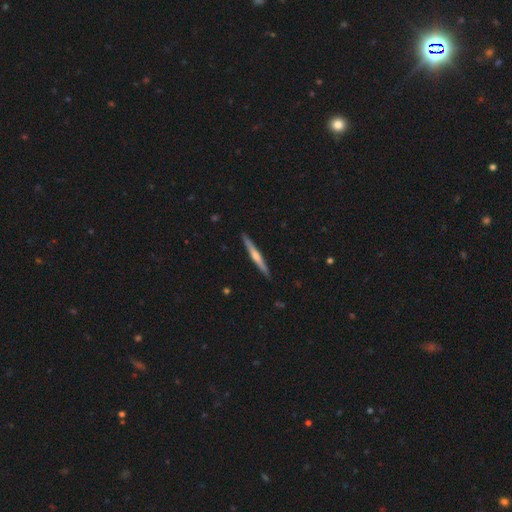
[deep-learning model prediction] A featured or disk galaxy (67%) viewed edge-on (98%) with a rounded central bulge (75%).

Vote fractions:
- Smooth or featured? featured or disk: 67% / smooth: 28% / star or artifact: 5%
- Edge-on disk? yes: 98% / no: 2%
- Edge-on bulge? rounded: 75% / none: 18% / boxy: 6%
- Merging? none: 92% / minor disturbance: 6% / major disturbance: 1% / merger: 1%